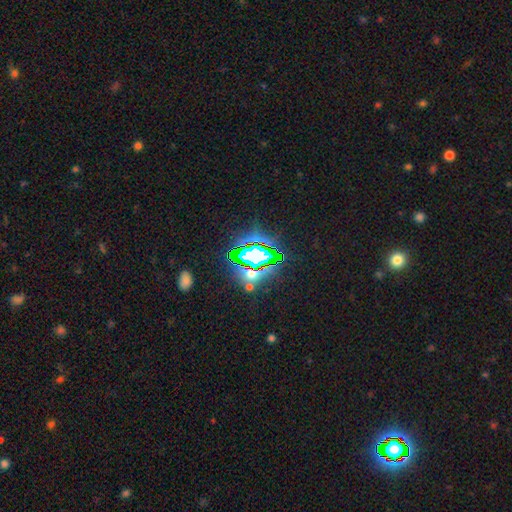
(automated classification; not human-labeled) Smooth or featured?
  - star or artifact: 74% *
  - smooth: 14%
  - featured or disk: 11%